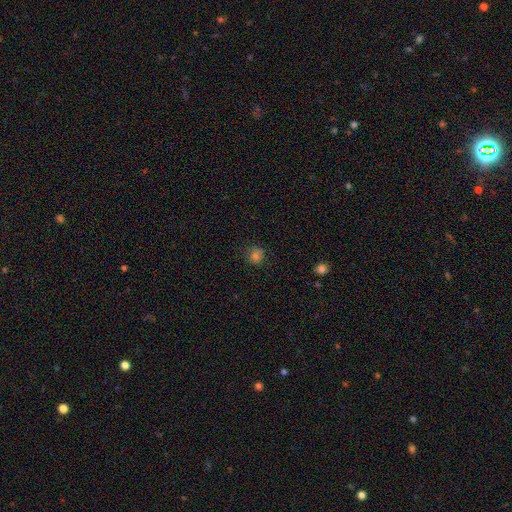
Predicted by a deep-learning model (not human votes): Smooth or featured? Predicted: smooth (p=0.77). How rounded? Predicted: round (p=0.86). Merging? Predicted: none (p=0.81).